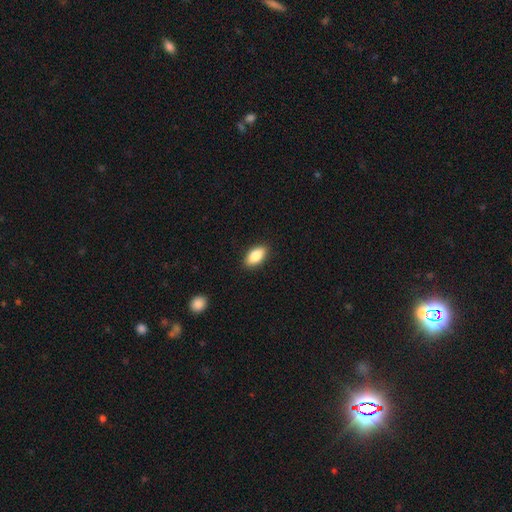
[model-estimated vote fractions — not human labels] Morphology: type=smooth (84%); roundness=in between (90%); merging=none (89%).